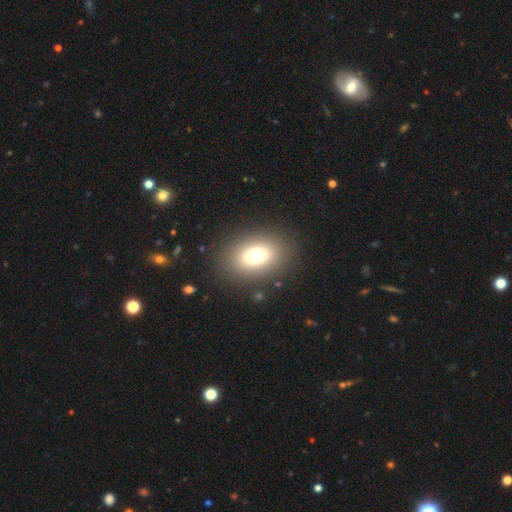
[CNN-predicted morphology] Smooth or featured: smooth — 74% (featured or disk — 13%)
How rounded: in between — 72% (round — 26%)
Merging: none — 86% (minor disturbance — 8%)